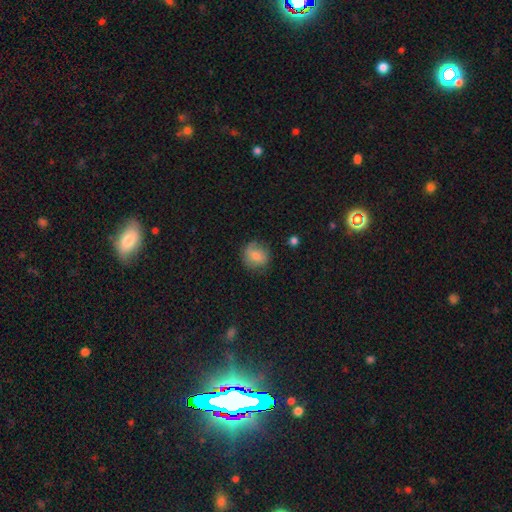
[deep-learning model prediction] This appears to be a smooth galaxy with no disk features (75%) that is round (79%). Merging: none (70%).